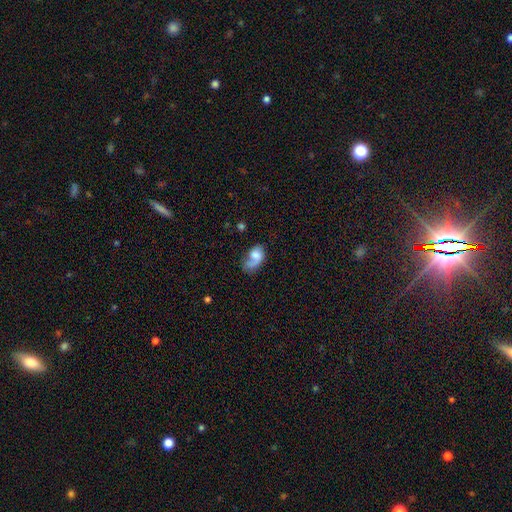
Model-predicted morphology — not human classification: Smooth or featured? Predicted: smooth (p=0.50). How rounded? Predicted: in between (p=0.83). Merging? Predicted: major disturbance (p=0.35).